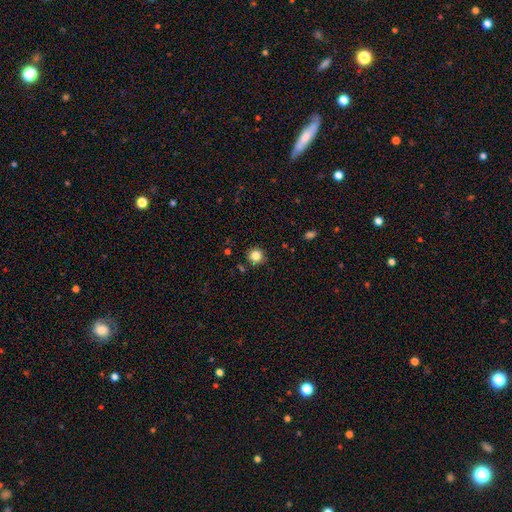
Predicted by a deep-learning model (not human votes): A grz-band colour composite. It shows a smooth galaxy with no disk features (83%) that is round (94%). Merging: none (88%).